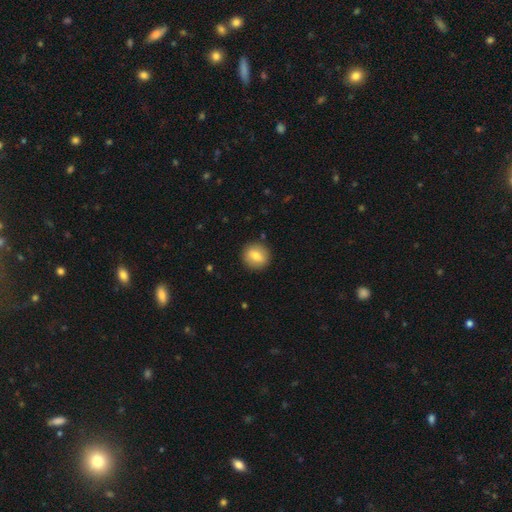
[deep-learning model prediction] Overall: smooth (76%). How rounded: round (84%). Merging: none (90%).